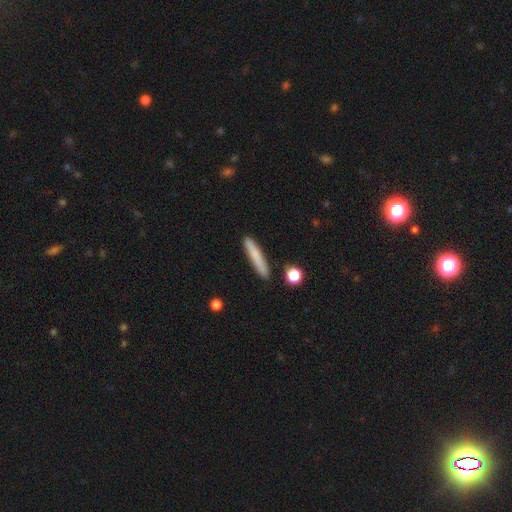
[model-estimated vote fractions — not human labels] smooth-or-featured: smooth: 76% | featured or disk: 17% | star or artifact: 7%
  how-rounded: cigar-shaped: 93% | in between: 5% | round: 2%
  merging: none: 87% | minor disturbance: 9% | merger: 2% | major disturbance: 2%